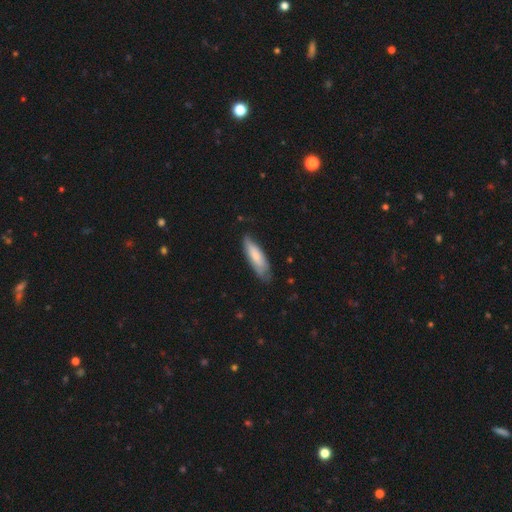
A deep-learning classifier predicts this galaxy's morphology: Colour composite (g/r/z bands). It shows a smooth galaxy with no disk features (70%) that is cigar-shaped (54%). Merging: none (63%).